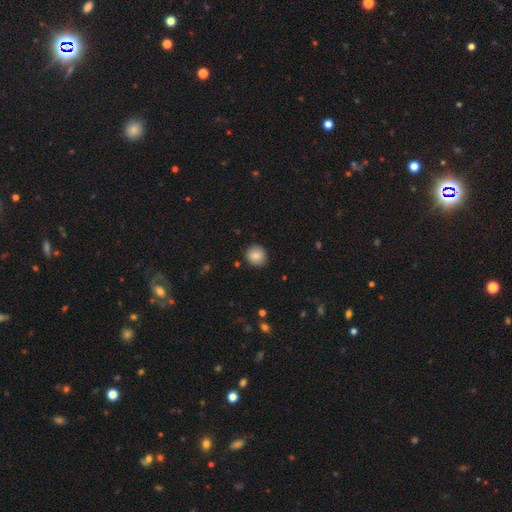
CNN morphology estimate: Smooth or featured? Predicted: smooth (p=0.86). How rounded? Predicted: round (p=0.88). Merging? Predicted: none (p=0.88).